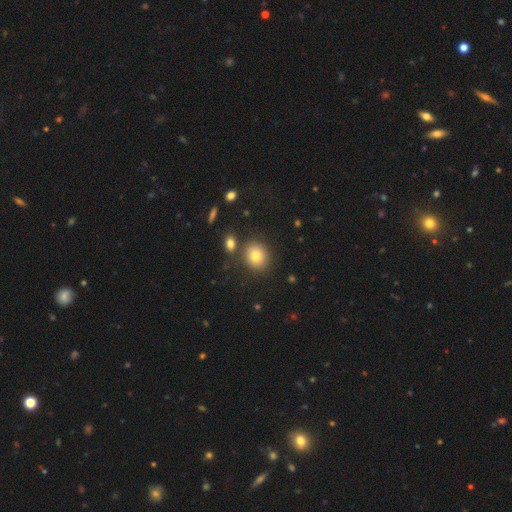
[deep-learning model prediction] Overall: smooth (79%). How rounded: round (72%). Merging: none (81%).